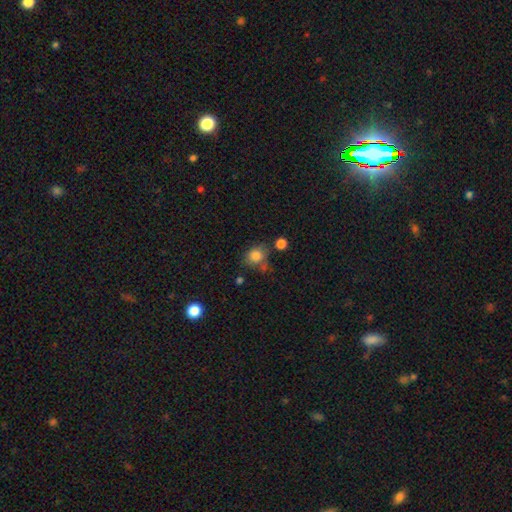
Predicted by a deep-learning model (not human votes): Smooth or featured? smooth (82%)
How rounded? round (67%)
Merging? none (60%)